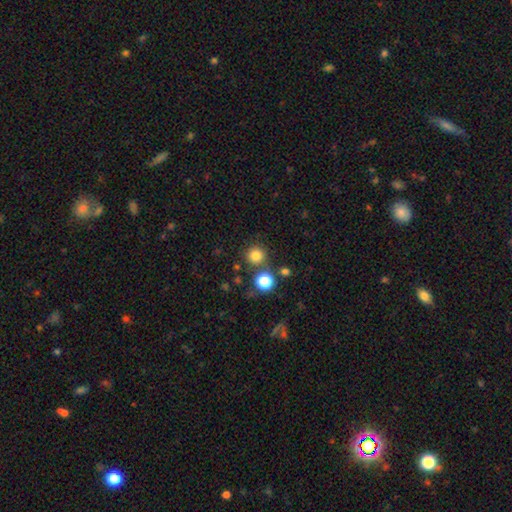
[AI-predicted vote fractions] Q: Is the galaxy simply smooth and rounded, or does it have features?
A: smooth — 81%.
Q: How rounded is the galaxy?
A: round — 94%.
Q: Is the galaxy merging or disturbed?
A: none — 80%.